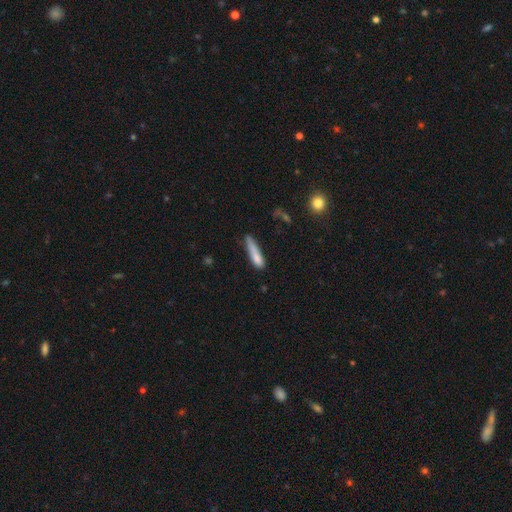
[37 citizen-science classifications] smooth_or_featured: smooth (p=0.78) [alt: featured or disk p=0.16]
how_rounded: cigar-shaped (p=0.83) [alt: in between p=0.17]
merging: none (p=0.43) [tied with: minor disturbance p=0.43]